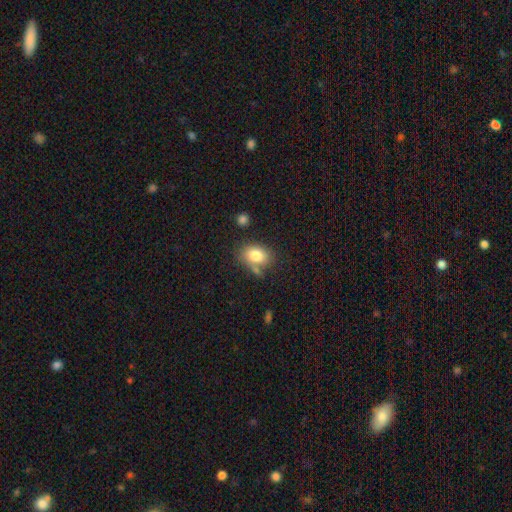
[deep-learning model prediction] smooth 80%, featured or disk 12%, star or artifact 9%. Down the decision tree: how rounded — in between (74%); merging — none (61%).